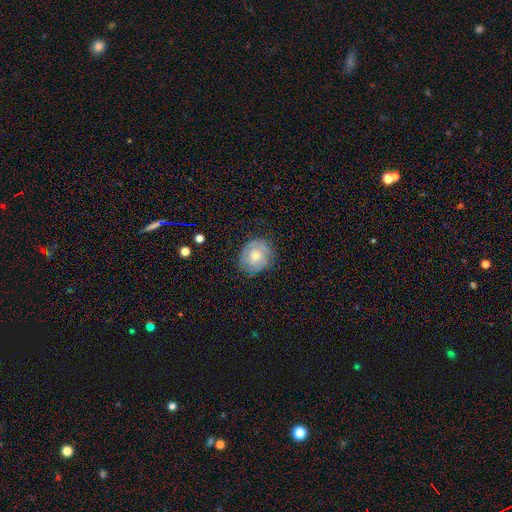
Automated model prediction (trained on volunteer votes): This appears to be a featured or disk galaxy (58%) with no bar (80%), spiral arms (78%) and a moderate central bulge (59%). Merging: none (75%).